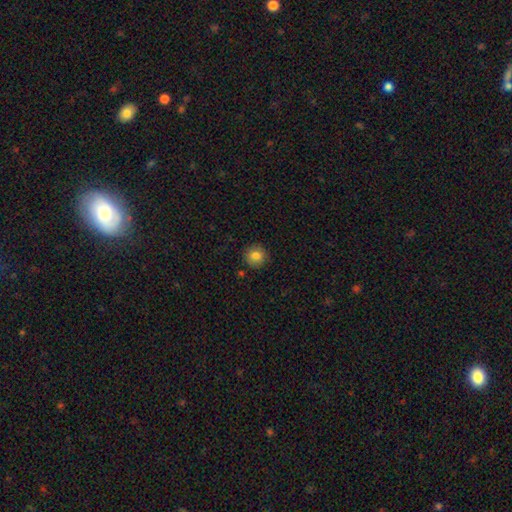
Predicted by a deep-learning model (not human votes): The model was most divided on "smooth or featured": smooth: 83%, star or artifact: 10%, featured or disk: 7%. More confident: how rounded — round (93%); merging — none (89%).